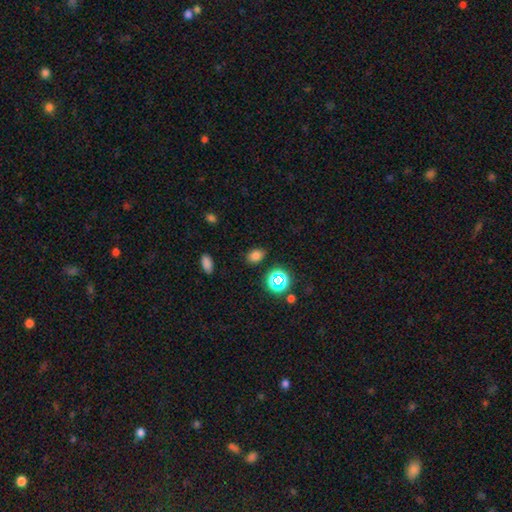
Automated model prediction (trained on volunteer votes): This is likely a smooth galaxy (74%). How rounded: likely in between (77%). Merging: clearly none (85%).